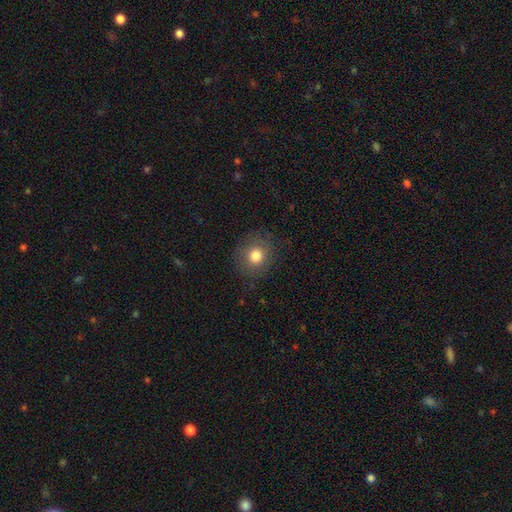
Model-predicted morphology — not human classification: Q: Smooth or featured?
A: smooth (80%); runner-up: star or artifact (10%)
Q: How rounded?
A: round (83%); runner-up: in between (17%)
Q: Merging?
A: none (85%); runner-up: minor disturbance (10%)